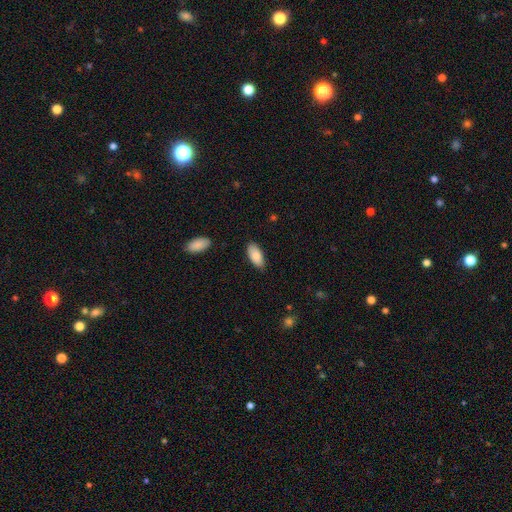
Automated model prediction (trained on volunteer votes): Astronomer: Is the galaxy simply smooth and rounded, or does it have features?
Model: smooth — 87%.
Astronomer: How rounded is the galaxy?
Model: in between — 90%.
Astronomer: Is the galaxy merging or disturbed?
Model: none — 82%.